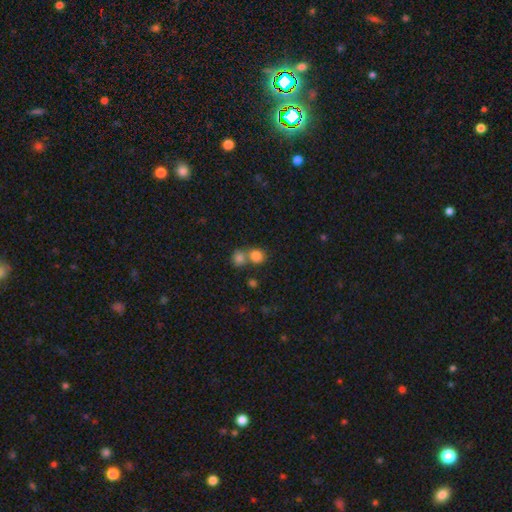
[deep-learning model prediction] Smooth or featured?
  - smooth: 81% *
  - star or artifact: 12%
  - featured or disk: 7%
How rounded?
  - round: 80% *
  - in between: 19%
  - cigar-shaped: 1%
Merging?
  - merger: 47% *
  - none: 44%
  - minor disturbance: 6%
  - major disturbance: 3%